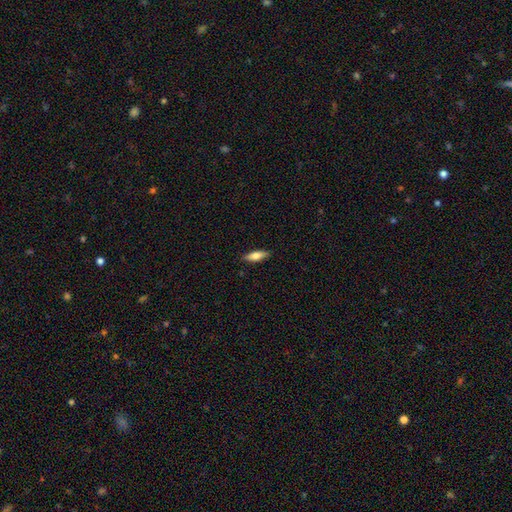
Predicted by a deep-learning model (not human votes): Morphology: type=smooth (72%); roundness=in between (56%); merging=none (88%).